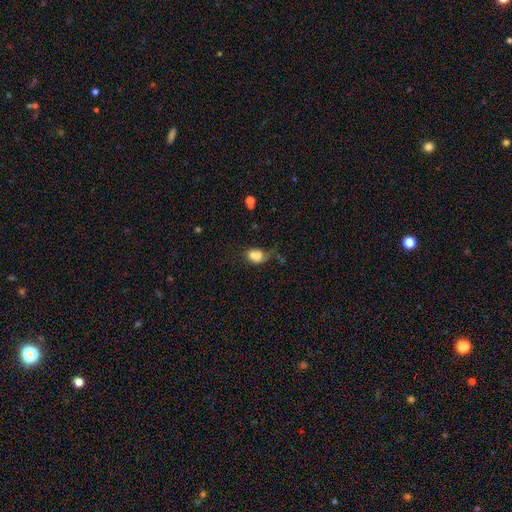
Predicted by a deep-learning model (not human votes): A smooth galaxy with no disk features (66%) that is in between round and cigar-shaped (55%).

Vote fractions:
- Smooth or featured? smooth: 66% / featured or disk: 22% / star or artifact: 12%
- How rounded? in between: 55% / round: 44% / cigar-shaped: 2%
- Merging? merger: 56% / none: 21% / minor disturbance: 12% / major disturbance: 12%